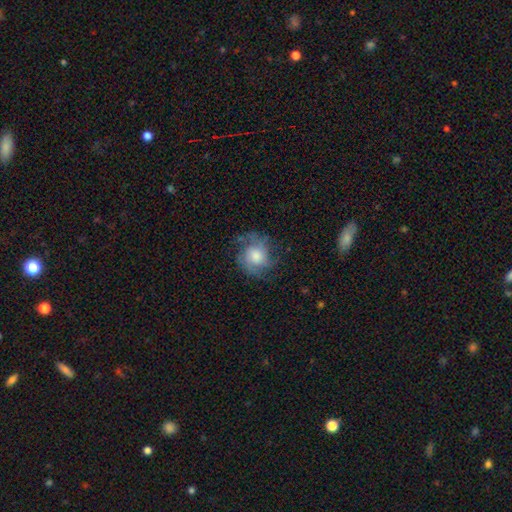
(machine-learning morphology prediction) type=featured or disk (69%); edge-on=no (97%); bar=no (72%); spiral arms=yes (93%); winding=medium (46%); arm count=2 (38%); bulge=moderate (46%); merging=none (71%).